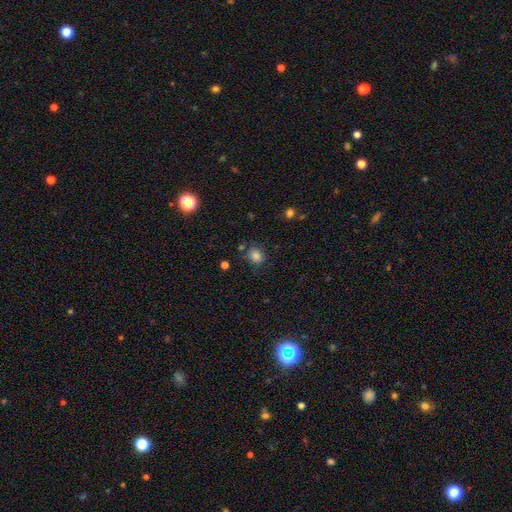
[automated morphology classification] Q: Smooth or featured?
A: smooth (83%); runner-up: star or artifact (12%)
Q: How rounded?
A: round (70%); runner-up: in between (30%)
Q: Merging?
A: none (78%); runner-up: minor disturbance (14%)